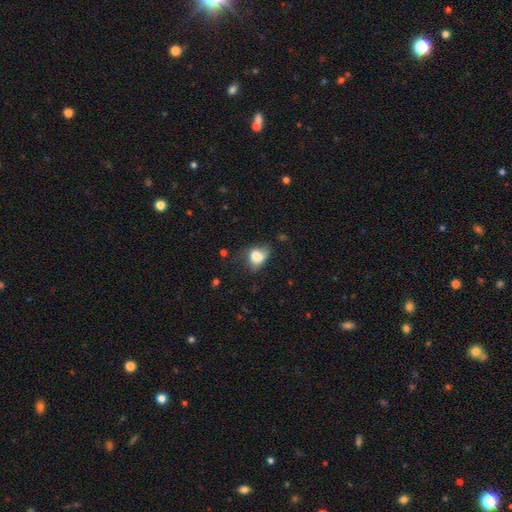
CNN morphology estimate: Overall: smooth (75%). How rounded: in between (68%; round 31%). Merging: minor disturbance (37%; none 35%).